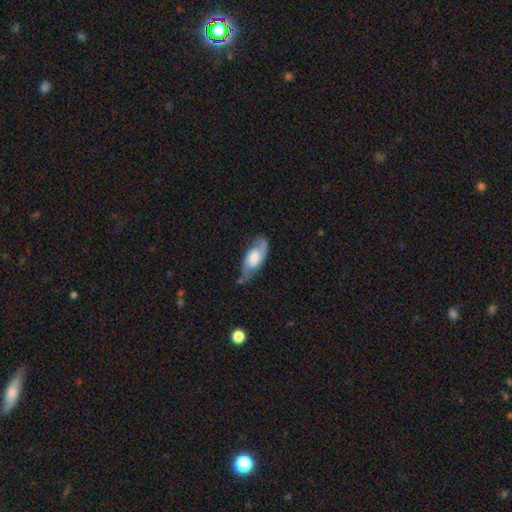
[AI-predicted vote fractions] Smooth or featured? Predicted: featured or disk (p=0.69). Edge-on disk? Predicted: no (p=0.89). Bar? Predicted: no (p=0.60). Spiral arms? Predicted: yes (p=0.90). Spiral winding? Predicted: medium (p=0.46). Spiral arm count? Predicted: 2 (p=0.83). Bulge size? Predicted: large (p=0.37). Merging? Predicted: none (p=0.67).